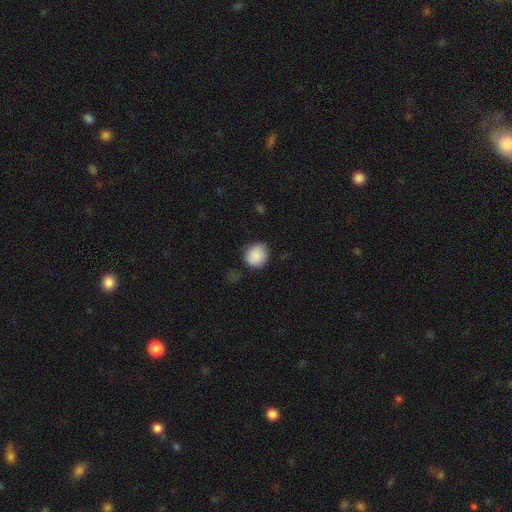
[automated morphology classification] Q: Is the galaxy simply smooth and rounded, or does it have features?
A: smooth — 89%.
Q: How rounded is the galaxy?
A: round — 83%.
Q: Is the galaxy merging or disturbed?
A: none — 83%.